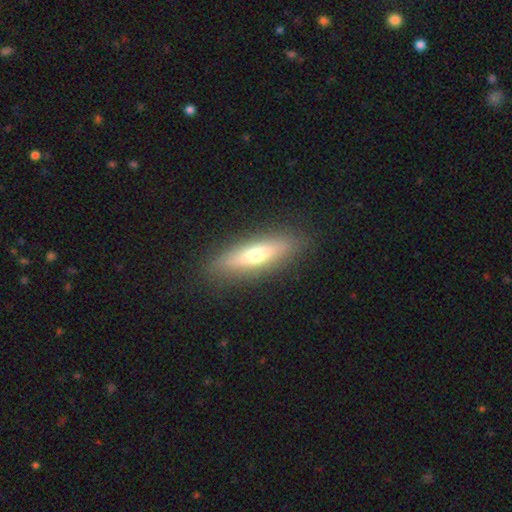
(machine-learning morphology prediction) smooth 59%, featured or disk 35%, star or artifact 6%. Down the decision tree: how rounded — cigar-shaped (66%); merging — none (87%).